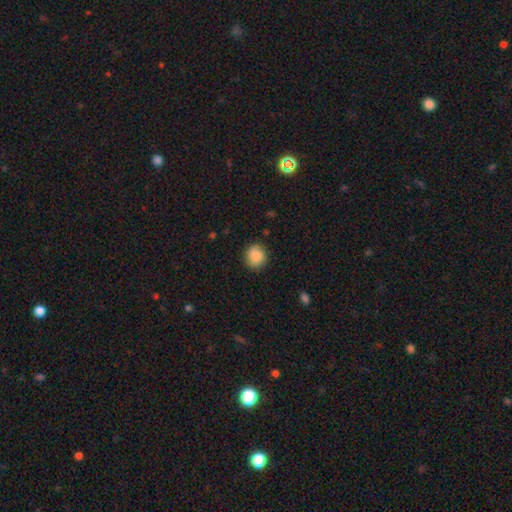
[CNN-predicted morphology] A smooth galaxy with no disk features (88%) that is round (80%). Merging: none (84%).